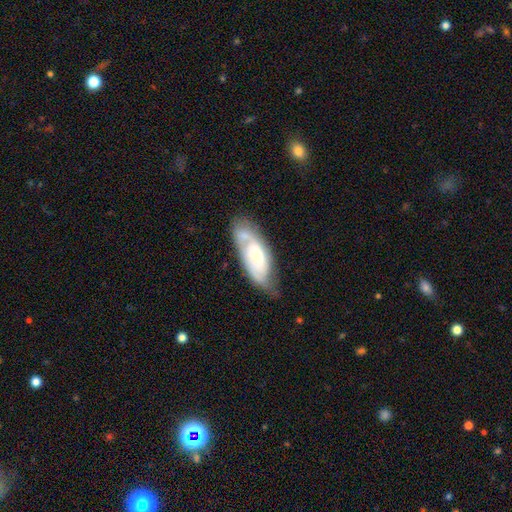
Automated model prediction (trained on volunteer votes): Q: Smooth or featured?
A: featured or disk (60%); runner-up: smooth (34%)
Q: Edge-on disk?
A: no (87%); runner-up: yes (13%)
Q: Bar?
A: no (70%); runner-up: weak (24%)
Q: Spiral arms?
A: yes (78%); runner-up: no (22%)
Q: Bulge size?
A: small (56%); runner-up: moderate (30%)
Q: Merging?
A: none (52%); runner-up: minor disturbance (28%)